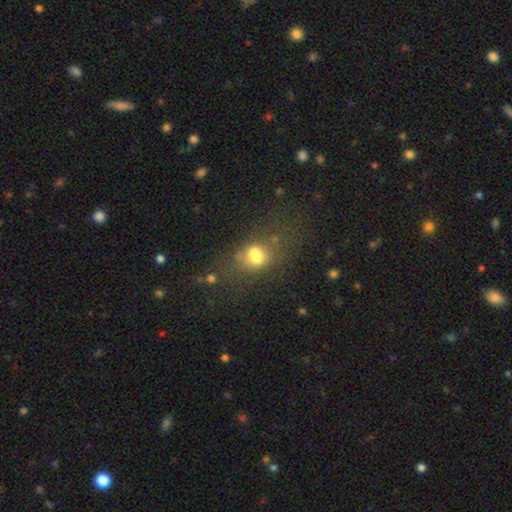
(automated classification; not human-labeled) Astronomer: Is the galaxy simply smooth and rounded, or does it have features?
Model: smooth — 60%.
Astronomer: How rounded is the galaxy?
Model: in between — 58% (runner-up: round, 40%).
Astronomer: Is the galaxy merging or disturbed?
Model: none — 37% (runner-up: merger, 35%).